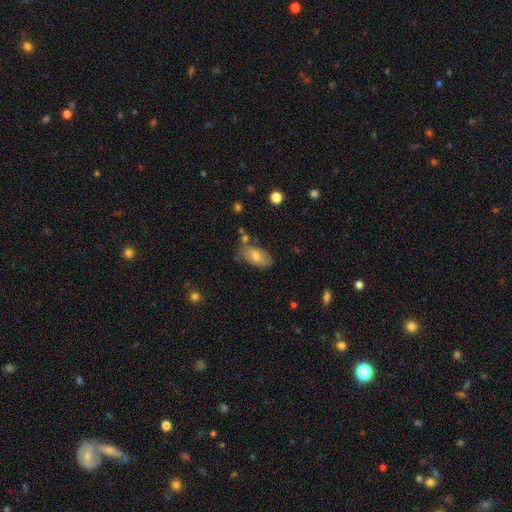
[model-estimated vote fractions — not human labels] smooth_or_featured: smooth (p=0.68) [alt: featured or disk p=0.23]
how_rounded: in between (p=0.91) [alt: cigar-shaped p=0.05]
merging: none (p=0.71) [alt: minor disturbance p=0.19]